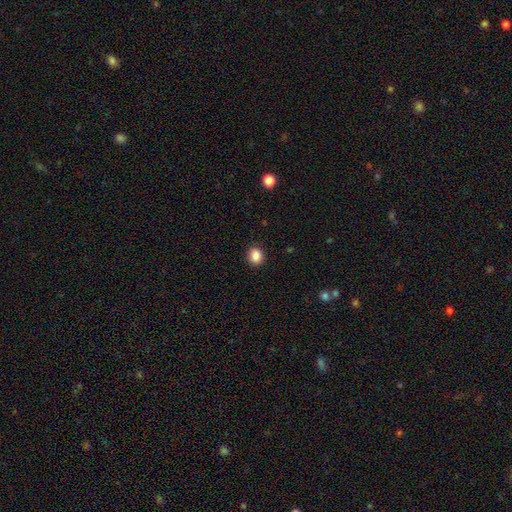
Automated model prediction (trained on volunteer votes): smooth 88%, star or artifact 9%, featured or disk 3%. Down the decision tree: how rounded — round (63%); merging — none (90%).